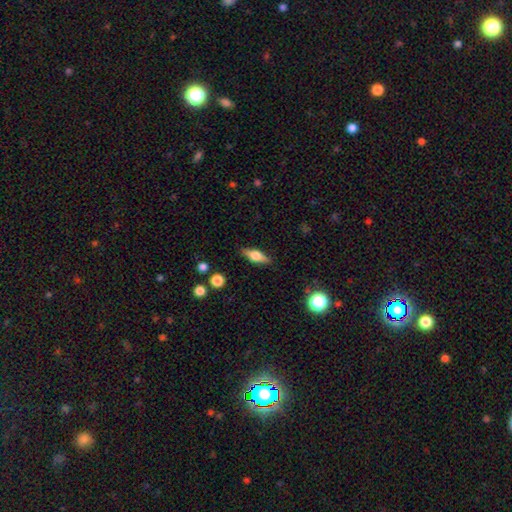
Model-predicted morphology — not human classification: Smooth or featured? smooth (47%)
Merging? none (86%)